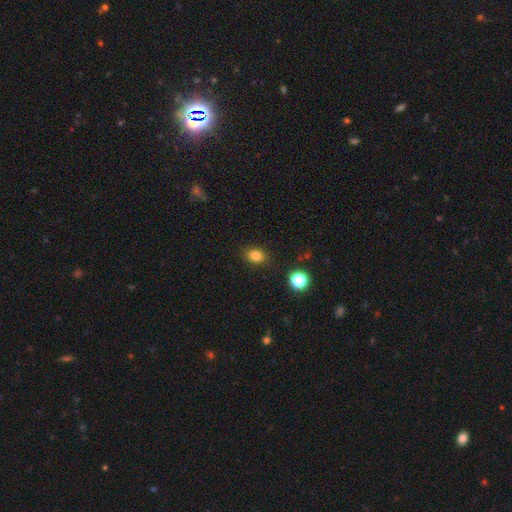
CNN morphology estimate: Smooth or featured: smooth — 82% (star or artifact — 12%)
How rounded: in between — 60% (round — 39%)
Merging: none — 87% (minor disturbance — 9%)